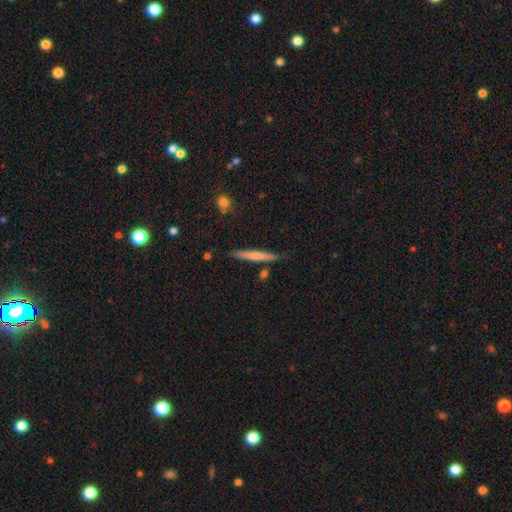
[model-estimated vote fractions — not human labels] smooth 61%, featured or disk 33%, star or artifact 6%. Down the decision tree: how rounded — cigar-shaped (95%); merging — none (83%).